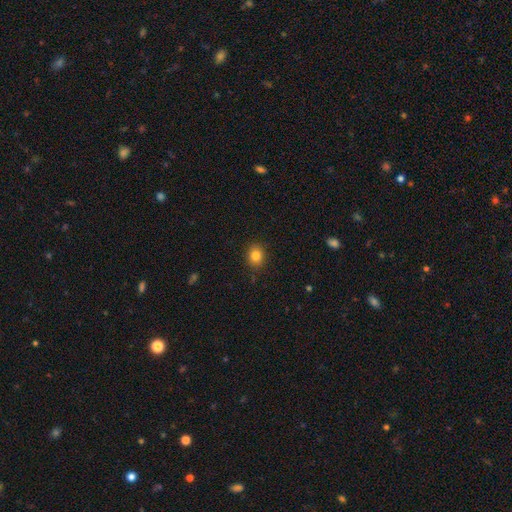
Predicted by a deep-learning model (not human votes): Smooth or featured? Predicted: smooth (p=0.84). How rounded? Predicted: round (p=0.69). Merging? Predicted: none (p=0.88).